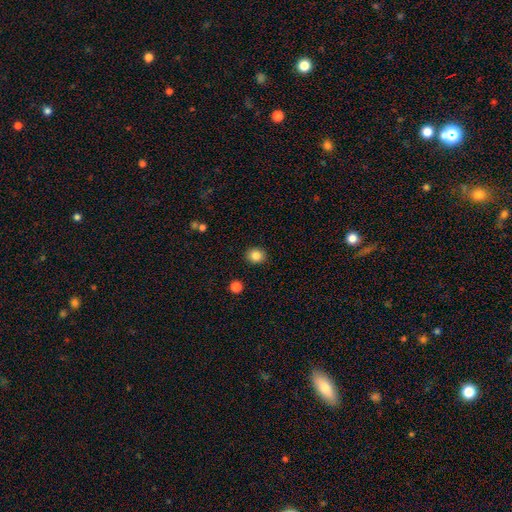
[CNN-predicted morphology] Q: Smooth or featured?
A: smooth (84%); runner-up: star or artifact (10%)
Q: How rounded?
A: round (71%); runner-up: in between (29%)
Q: Merging?
A: none (90%); runner-up: minor disturbance (6%)